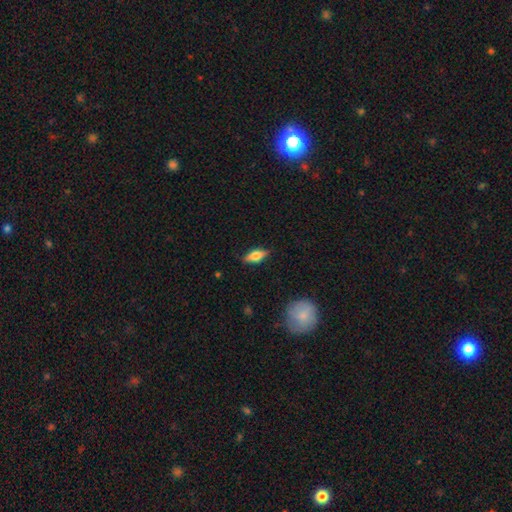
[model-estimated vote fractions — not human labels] This appears to be a smooth galaxy with no disk features (51%) that is in between round and cigar-shaped (70%). Merging: none (85%).